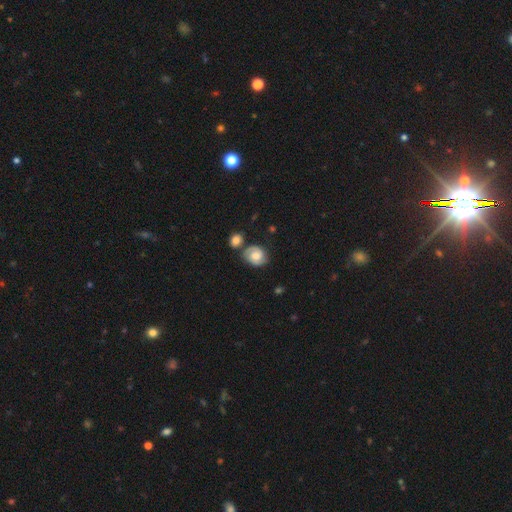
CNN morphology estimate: A featured or disk galaxy (63%) with no bar (57%), 2 (86%) tight (46%) spiral arms (92%) and a moderate central bulge (53%).

Vote fractions:
- Smooth or featured? featured or disk: 63% / smooth: 29% / star or artifact: 7%
- Edge-on disk? no: 98% / yes: 2%
- Bar? no: 57% / weak: 36% / strong: 6%
- Spiral arms? yes: 92% / no: 8%
- Spiral winding? tight: 46% / medium: 42% / loose: 12%
- Spiral arm count? 2: 86% / can't tell: 7% / 1: 3% / 3: 2% / 4: 1% / more than 4: 1%
- Bulge size? moderate: 53% / small: 20% / large: 17% / none: 8% / dominant: 2%
- Merging? none: 67% / minor disturbance: 15% / merger: 13% / major disturbance: 5%